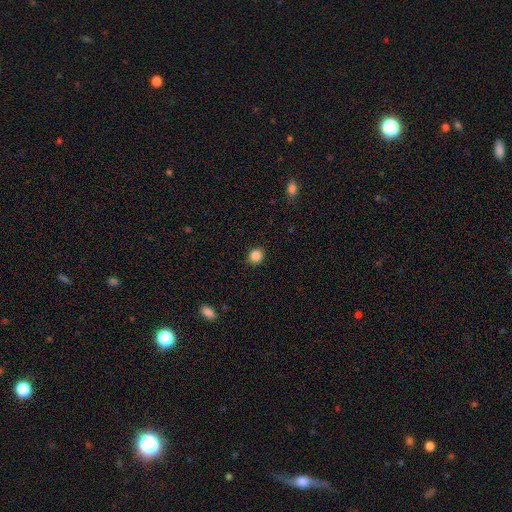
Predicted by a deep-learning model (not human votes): Overall: smooth (85%). How rounded: round (79%). Merging: none (90%).